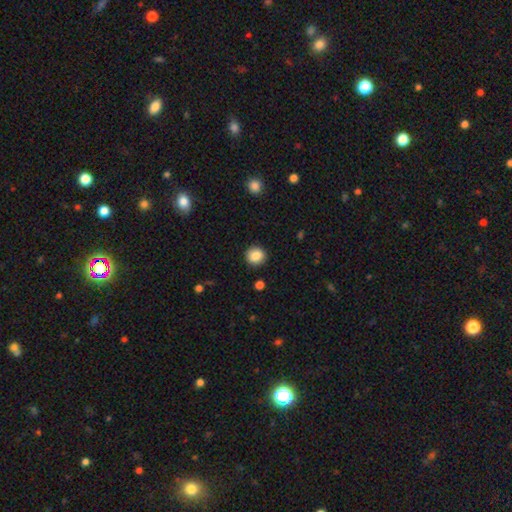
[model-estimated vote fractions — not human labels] smooth 87%, star or artifact 9%, featured or disk 4%. Down the decision tree: how rounded — round (88%); merging — none (91%).